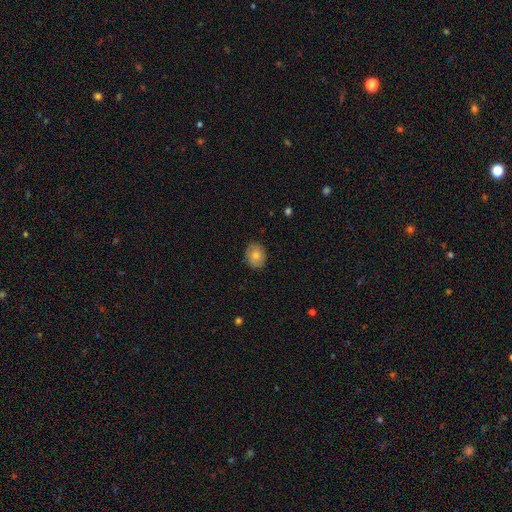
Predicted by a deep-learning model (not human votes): smooth-or-featured: smooth: 78% | featured or disk: 14% | star or artifact: 8%
  how-rounded: in between: 54% | round: 45% | cigar-shaped: 1%
  merging: none: 86% | minor disturbance: 11% | major disturbance: 2% | merger: 1%